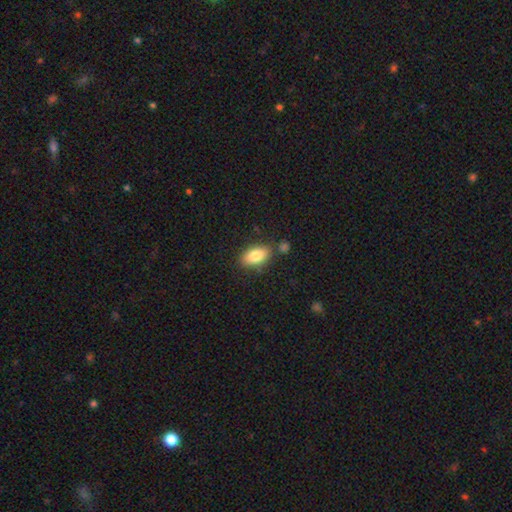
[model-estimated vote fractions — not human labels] Smooth or featured?
  - smooth: 83% *
  - featured or disk: 10%
  - star or artifact: 7%
How rounded?
  - in between: 90% *
  - cigar-shaped: 5%
  - round: 5%
Merging?
  - none: 76% *
  - minor disturbance: 13%
  - merger: 8%
  - major disturbance: 3%